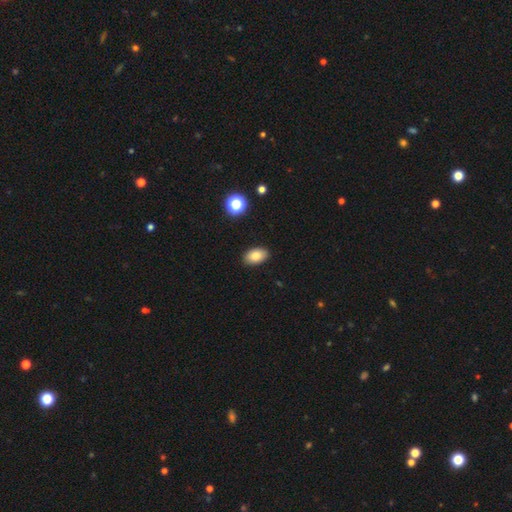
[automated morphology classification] smooth-or-featured: smooth: 85% | star or artifact: 9% | featured or disk: 6%
  how-rounded: in between: 90% | round: 8% | cigar-shaped: 1%
  merging: none: 89% | minor disturbance: 8% | major disturbance: 2% | merger: 1%